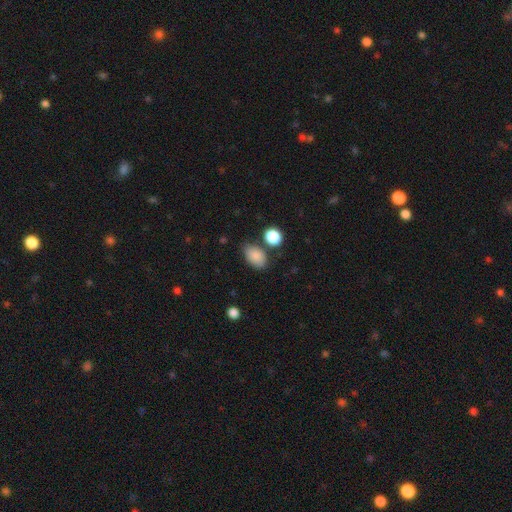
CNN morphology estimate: Q: Smooth or featured?
A: smooth (86%); runner-up: star or artifact (8%)
Q: How rounded?
A: in between (85%); runner-up: round (14%)
Q: Merging?
A: none (68%); runner-up: minor disturbance (19%)